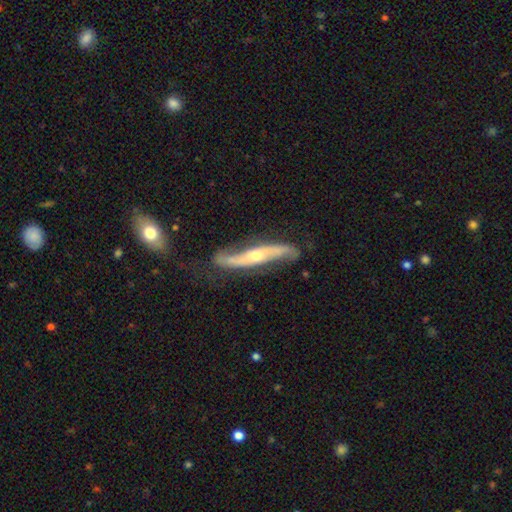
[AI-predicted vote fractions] Q: Smooth or featured?
A: featured or disk (85%); runner-up: smooth (9%)
Q: Edge-on disk?
A: no (60%); runner-up: yes (40%)
Q: Bar?
A: no (44%); runner-up: strong (32%)
Q: Spiral arms?
A: yes (93%); runner-up: no (7%)
Q: Bulge size?
A: moderate (53%); runner-up: small (42%)
Q: Merging?
A: none (70%); runner-up: minor disturbance (20%)